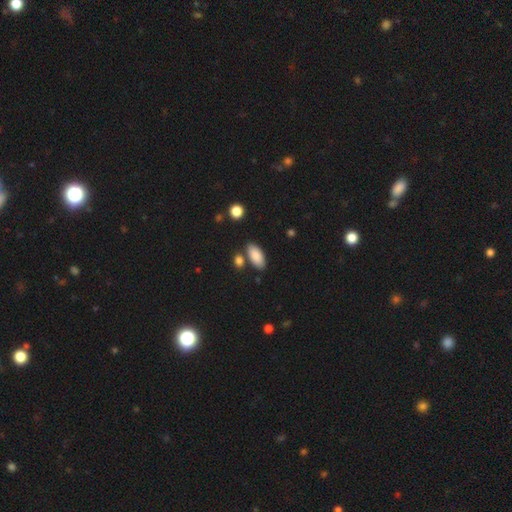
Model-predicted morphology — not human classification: Smooth or featured? Predicted: smooth (p=0.87). How rounded? Predicted: in between (p=0.90). Merging? Predicted: none (p=0.76).